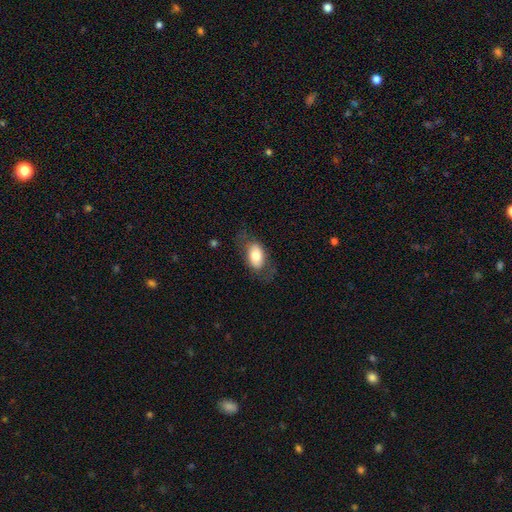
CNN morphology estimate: This appears to be a smooth galaxy with no disk features (70%) that is in between round and cigar-shaped (90%). Merging: none (66%).